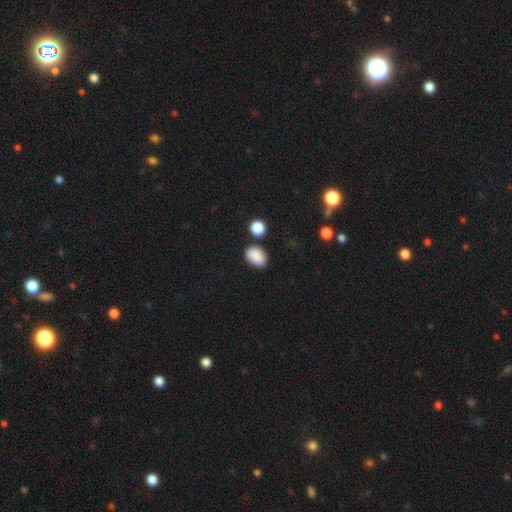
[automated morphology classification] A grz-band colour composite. It shows a smooth galaxy with no disk features (88%) that is in between round and cigar-shaped (79%). Merging: none (78%).